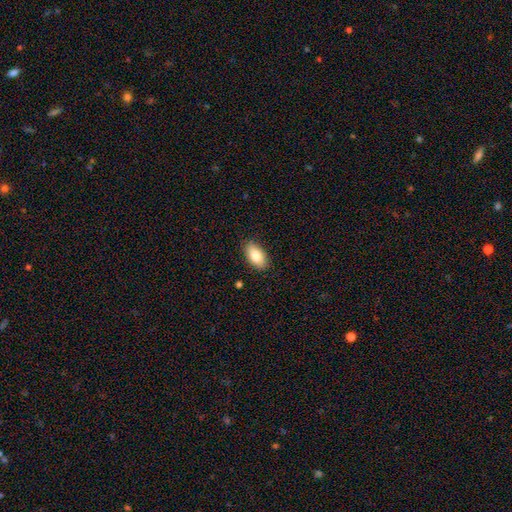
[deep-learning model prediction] The model was most divided on "smooth or featured": smooth: 84%, featured or disk: 9%, star or artifact: 7%. More confident: how rounded — in between (93%); merging — none (87%).